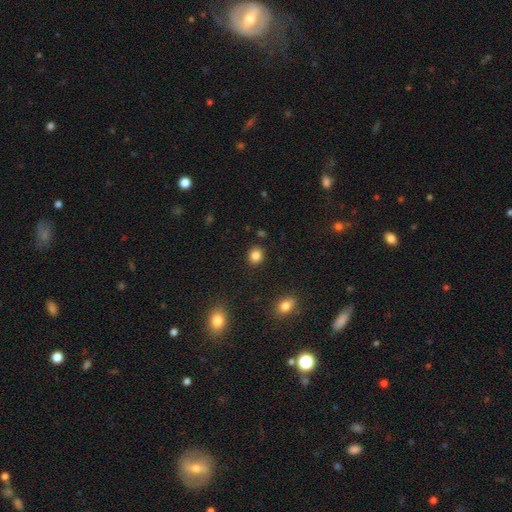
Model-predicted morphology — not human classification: Smooth or featured? smooth (85%)
How rounded? round (82%)
Merging? none (90%)